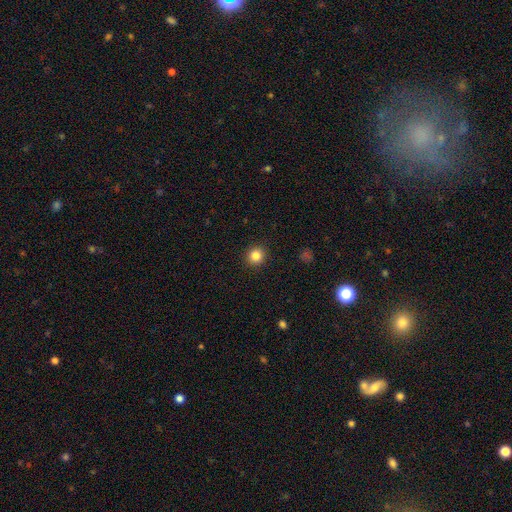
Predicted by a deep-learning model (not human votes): This is clearly a smooth galaxy (84%). How rounded: clearly round (90%). Merging: clearly none (92%).